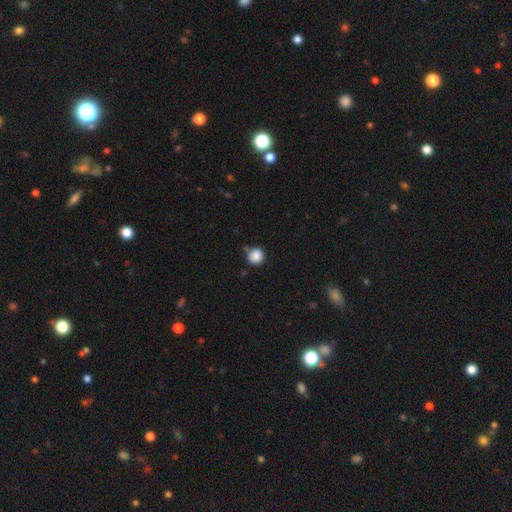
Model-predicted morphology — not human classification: A smooth galaxy with no disk features (87%) that is round (91%). Merging: none (80%).